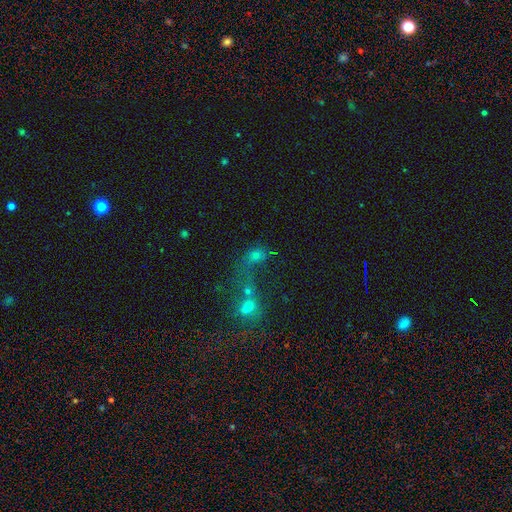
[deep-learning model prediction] A smooth galaxy with no disk features (56%) that is in between round and cigar-shaped (59%).

Vote fractions:
- Smooth or featured? smooth: 56% / star or artifact: 24% / featured or disk: 20%
- How rounded? in between: 59% / round: 37% / cigar-shaped: 5%
- Merging? merger: 55% / none: 20% / major disturbance: 16% / minor disturbance: 9%